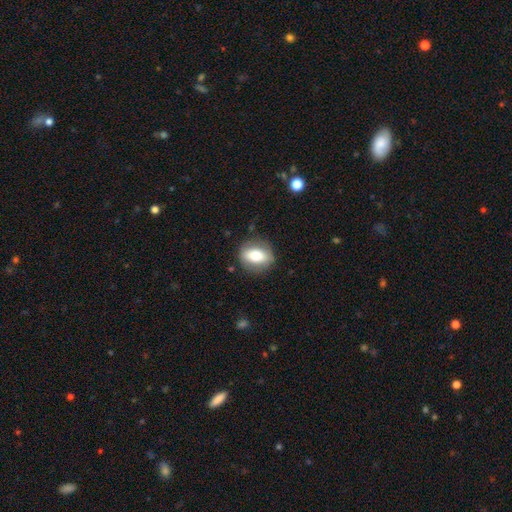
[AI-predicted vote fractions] smooth-or-featured: smooth: 65% | featured or disk: 28% | star or artifact: 8%
  how-rounded: in between: 60% | round: 37% | cigar-shaped: 3%
  merging: none: 82% | minor disturbance: 13% | major disturbance: 4% | merger: 1%